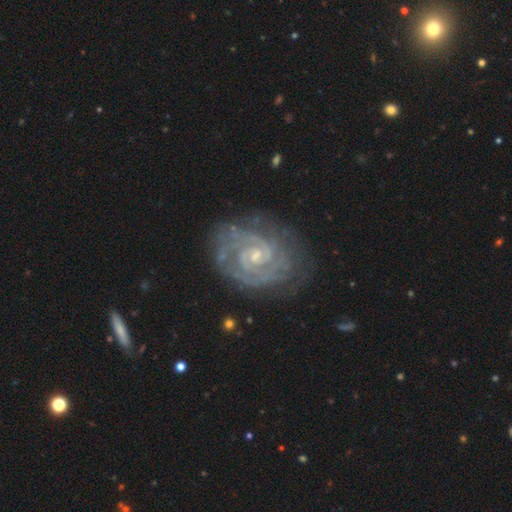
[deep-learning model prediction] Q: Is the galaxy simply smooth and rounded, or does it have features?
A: featured or disk — 89%.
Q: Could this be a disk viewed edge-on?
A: no — 97%.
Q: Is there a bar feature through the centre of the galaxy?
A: no — 53%.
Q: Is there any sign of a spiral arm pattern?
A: yes — 97%.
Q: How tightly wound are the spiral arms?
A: tight — 74%.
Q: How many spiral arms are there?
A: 2 — 55%.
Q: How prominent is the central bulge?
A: small — 65%.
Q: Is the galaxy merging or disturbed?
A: none — 75%.